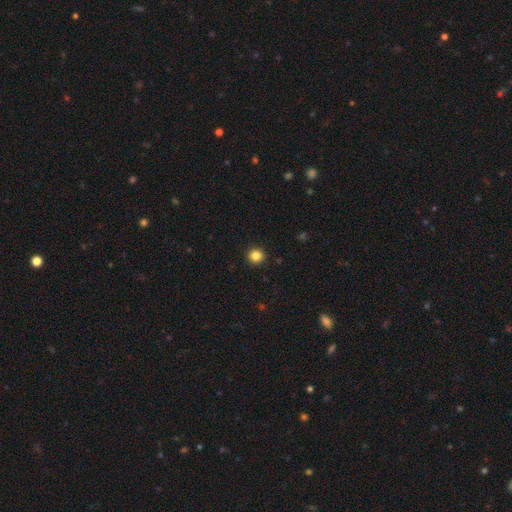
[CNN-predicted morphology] type=smooth (85%); roundness=round (92%); merging=none (93%).